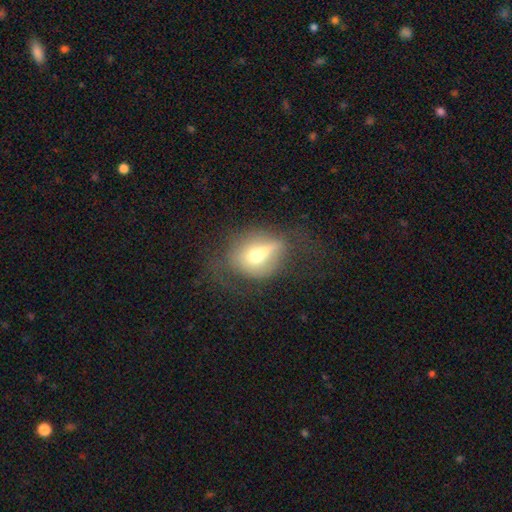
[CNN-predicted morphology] smooth-or-featured: smooth: 46% | featured or disk: 42% | star or artifact: 12%
  merging: none: 36% | major disturbance: 27% | minor disturbance: 24% | merger: 13%